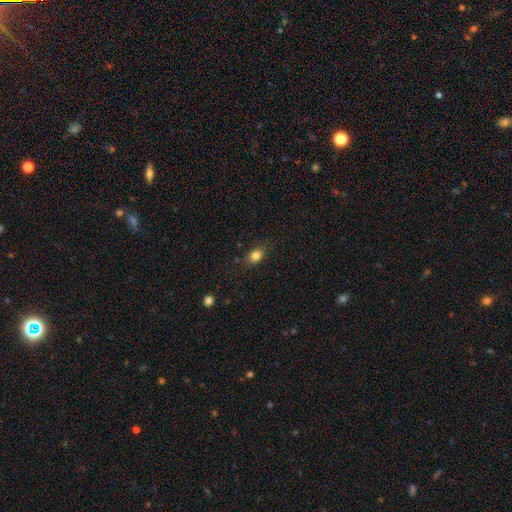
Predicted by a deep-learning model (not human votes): smooth_or_featured: smooth (p=0.82) [alt: star or artifact p=0.10]
how_rounded: in between (p=0.71) [alt: round p=0.26]
merging: none (p=0.79) [alt: minor disturbance p=0.15]